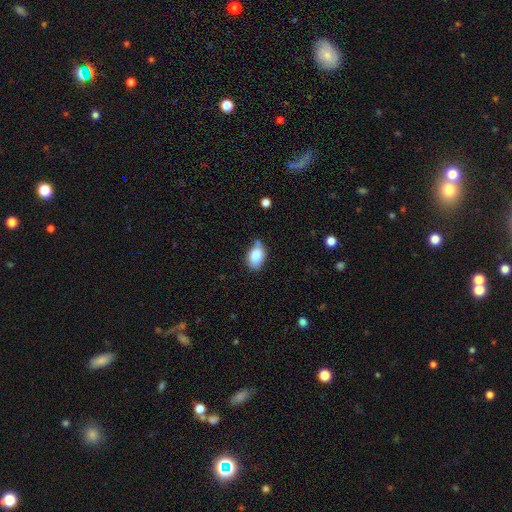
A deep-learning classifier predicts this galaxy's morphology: smooth_or_featured: smooth (p=0.82) [alt: featured or disk p=0.10]
how_rounded: in between (p=0.82) [alt: round p=0.16]
merging: none (p=0.58) [alt: minor disturbance p=0.28]